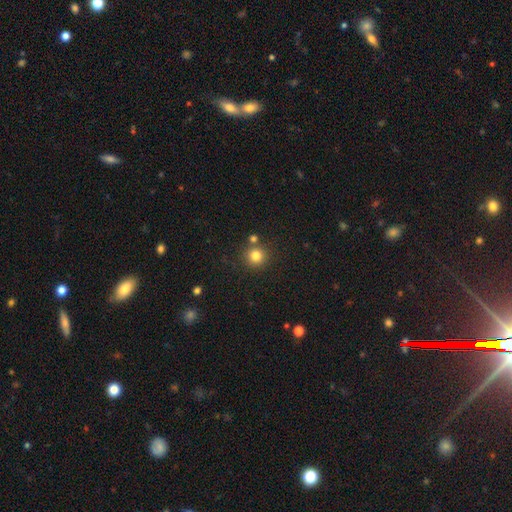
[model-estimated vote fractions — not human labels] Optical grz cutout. It shows a smooth galaxy with no disk features (80%) that is round (93%). Merging: none (79%).